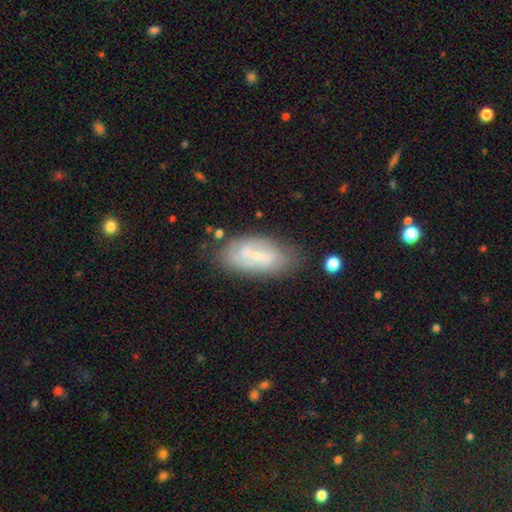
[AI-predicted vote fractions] This is likely a featured or disk galaxy (62%). It is clearly not viewed edge-on (92%). Bar: possibly weak (51%). Spiral arm pattern: likely yes (72%). Central bulge: likely small (62%). Merging: likely none (68%).